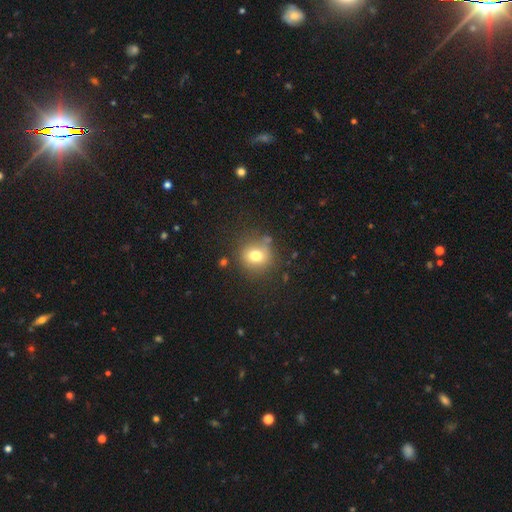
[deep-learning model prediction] Smooth or featured? Predicted: smooth (p=0.74). How rounded? Predicted: round (p=0.85). Merging? Predicted: none (p=0.79).